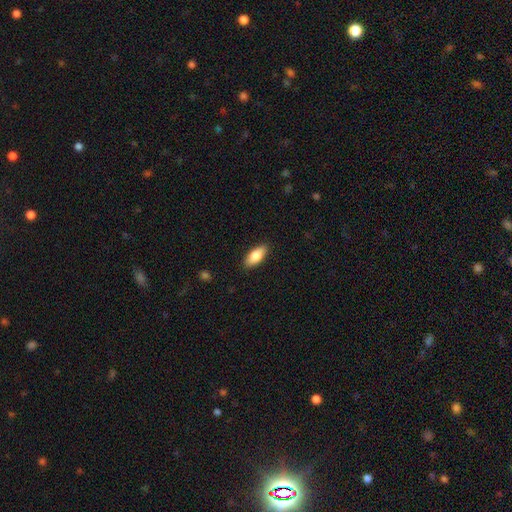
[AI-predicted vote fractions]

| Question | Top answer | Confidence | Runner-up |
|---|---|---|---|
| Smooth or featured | smooth | 81% | featured or disk (13%) |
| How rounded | in between | 83% | cigar-shaped (15%) |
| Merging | none | 89% | minor disturbance (8%) |